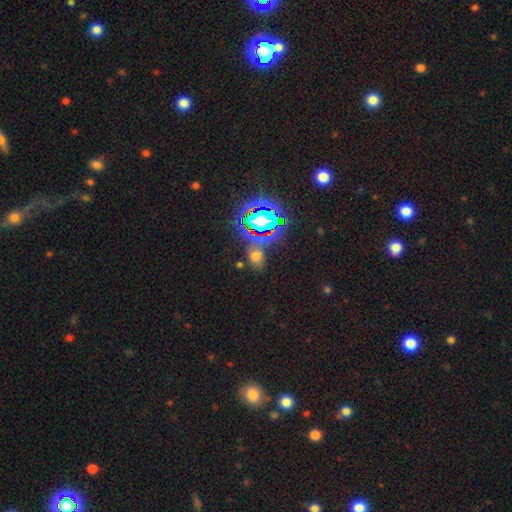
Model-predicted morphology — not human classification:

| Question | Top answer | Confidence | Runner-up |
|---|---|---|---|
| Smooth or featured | smooth | 46% | star or artifact (43%) |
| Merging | none | 69% | minor disturbance (14%) |